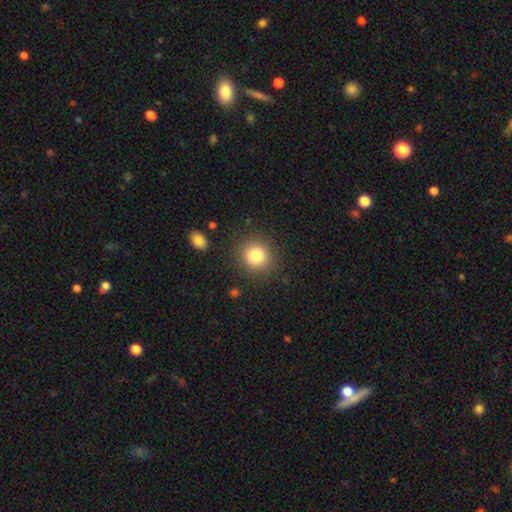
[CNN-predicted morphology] A smooth galaxy with no disk features (82%) that is round (90%).

Vote fractions:
- Smooth or featured? smooth: 82% / star or artifact: 11% / featured or disk: 7%
- How rounded? round: 90% / in between: 9% / cigar-shaped: 1%
- Merging? none: 87% / minor disturbance: 8% / major disturbance: 3% / merger: 2%